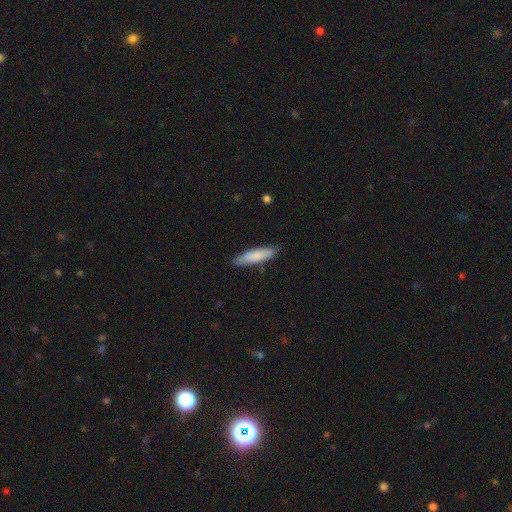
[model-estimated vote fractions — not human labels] Q: Smooth or featured?
A: smooth (80%); runner-up: featured or disk (15%)
Q: How rounded?
A: cigar-shaped (79%); runner-up: in between (20%)
Q: Merging?
A: none (84%); runner-up: minor disturbance (12%)